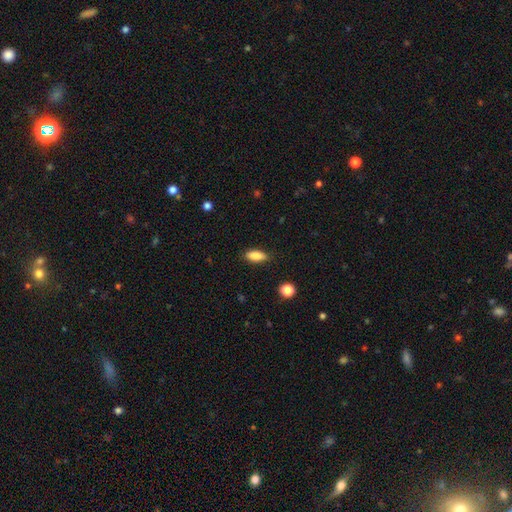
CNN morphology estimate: Smooth or featured?
  - smooth: 87% *
  - star or artifact: 7%
  - featured or disk: 5%
How rounded?
  - in between: 82% *
  - cigar-shaped: 15%
  - round: 3%
Merging?
  - none: 84% *
  - minor disturbance: 12%
  - major disturbance: 3%
  - merger: 1%